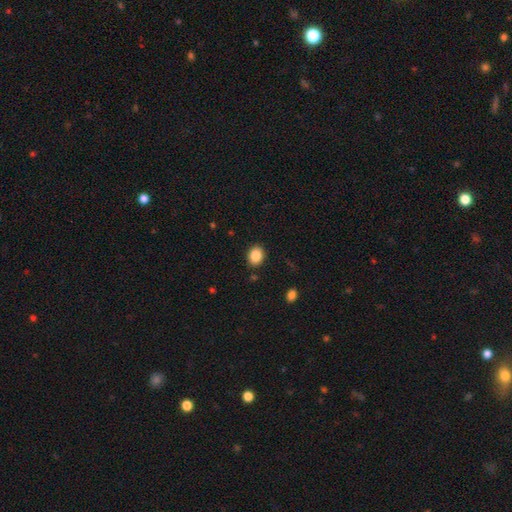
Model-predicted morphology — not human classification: Overall: smooth (87%). How rounded: in between (55%; round 45%). Merging: none (88%).